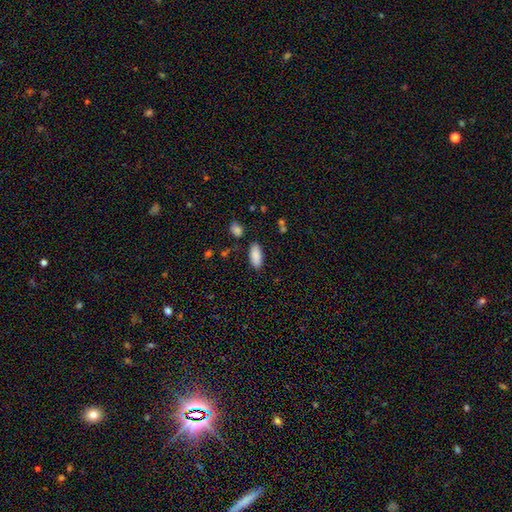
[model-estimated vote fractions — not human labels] Smooth or featured? Predicted: smooth (p=0.88). How rounded? Predicted: in between (p=0.85). Merging? Predicted: none (p=0.84).